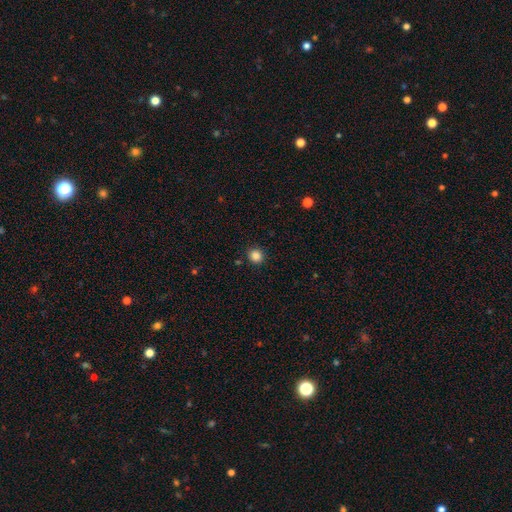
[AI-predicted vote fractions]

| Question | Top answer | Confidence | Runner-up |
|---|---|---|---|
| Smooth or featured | smooth | 86% | star or artifact (11%) |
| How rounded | round | 87% | in between (12%) |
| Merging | none | 91% | minor disturbance (6%) |